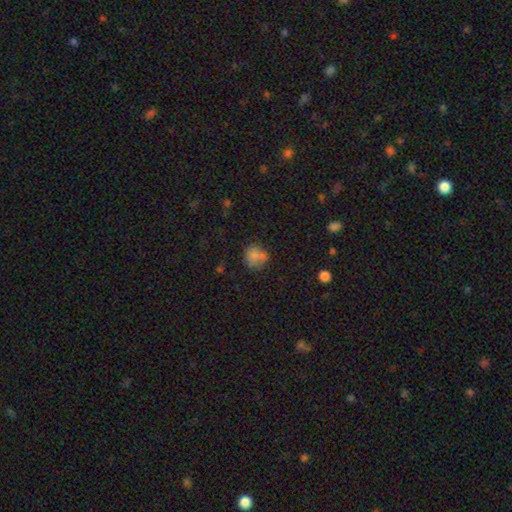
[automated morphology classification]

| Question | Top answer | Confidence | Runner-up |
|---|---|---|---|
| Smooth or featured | smooth | 75% | featured or disk (14%) |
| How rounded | round | 81% | in between (18%) |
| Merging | none | 58% | minor disturbance (21%) |